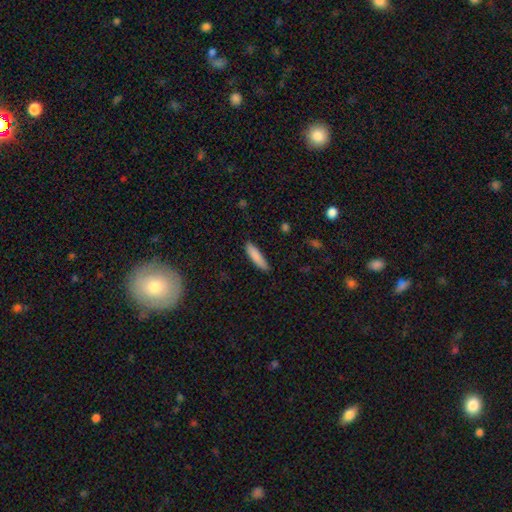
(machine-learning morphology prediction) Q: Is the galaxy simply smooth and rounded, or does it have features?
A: smooth — 85%.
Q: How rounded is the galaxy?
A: cigar-shaped — 76%.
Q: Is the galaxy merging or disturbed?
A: none — 86%.